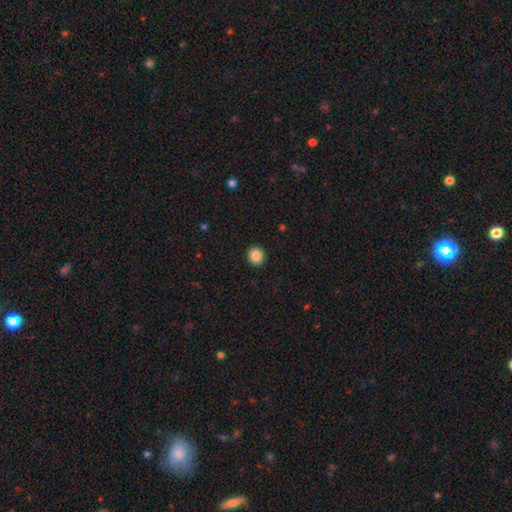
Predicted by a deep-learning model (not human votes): A smooth galaxy with no disk features (87%) that is round (78%).

Vote fractions:
- Smooth or featured? smooth: 87% / star or artifact: 9% / featured or disk: 4%
- How rounded? round: 78% / in between: 21% / cigar-shaped: 1%
- Merging? none: 92% / minor disturbance: 5% / major disturbance: 2% / merger: 1%